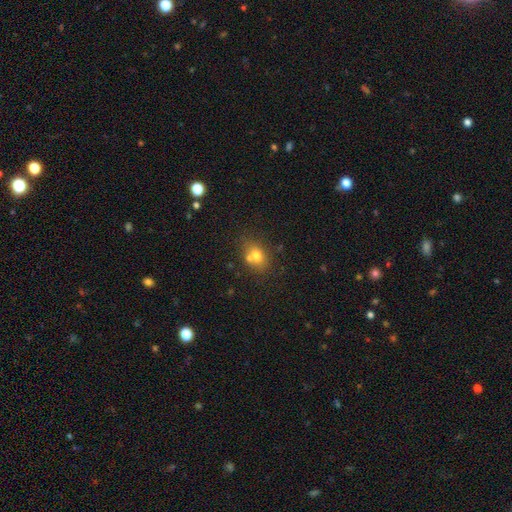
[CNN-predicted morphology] smooth_or_featured: smooth (p=0.70) [alt: featured or disk p=0.17]
how_rounded: in between (p=0.55) [alt: round p=0.43]
merging: none (p=0.50) [alt: merger p=0.31]